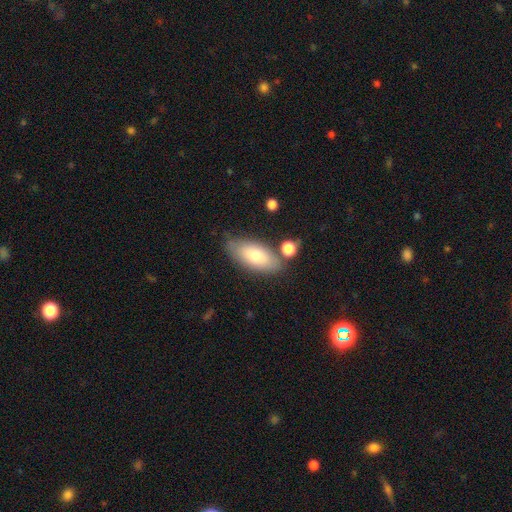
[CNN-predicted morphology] Q: Smooth or featured?
A: smooth (78%); runner-up: featured or disk (17%)
Q: How rounded?
A: in between (87%); runner-up: cigar-shaped (11%)
Q: Merging?
A: none (71%); runner-up: minor disturbance (17%)